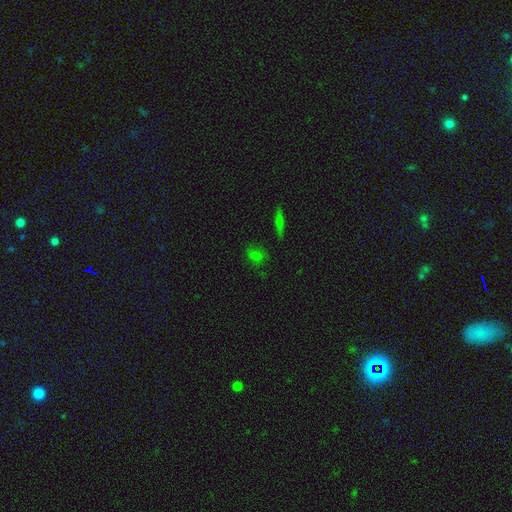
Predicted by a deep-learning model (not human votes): smooth 65%, star or artifact 23%, featured or disk 12%. Down the decision tree: how rounded — in between (51%); merging — none (74%).